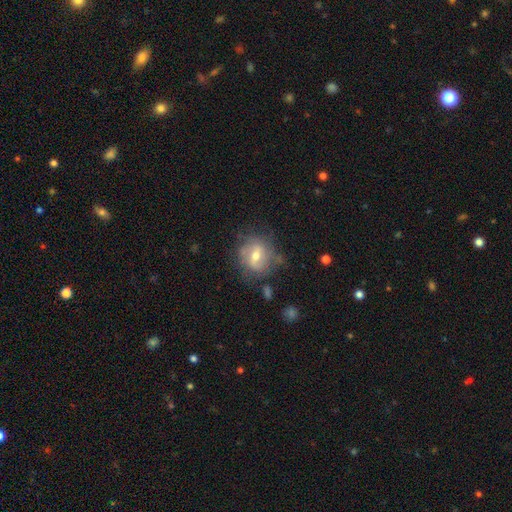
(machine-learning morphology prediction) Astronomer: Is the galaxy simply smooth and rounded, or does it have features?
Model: featured or disk — 51% (runner-up: smooth, 40%).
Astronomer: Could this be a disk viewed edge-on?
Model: no — 94%.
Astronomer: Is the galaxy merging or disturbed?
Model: none — 60%.